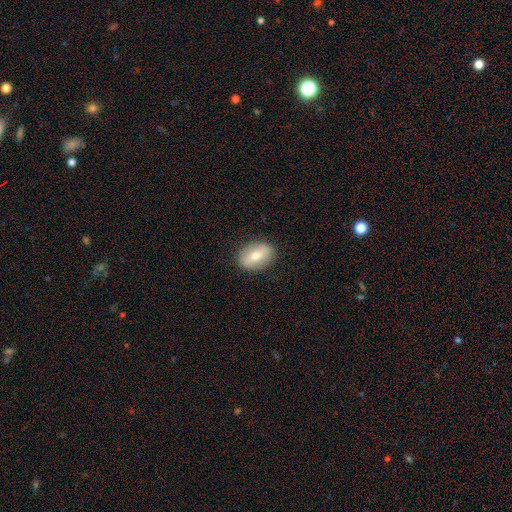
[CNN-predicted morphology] type=smooth (54%); roundness=in between (76%); merging=none (87%).